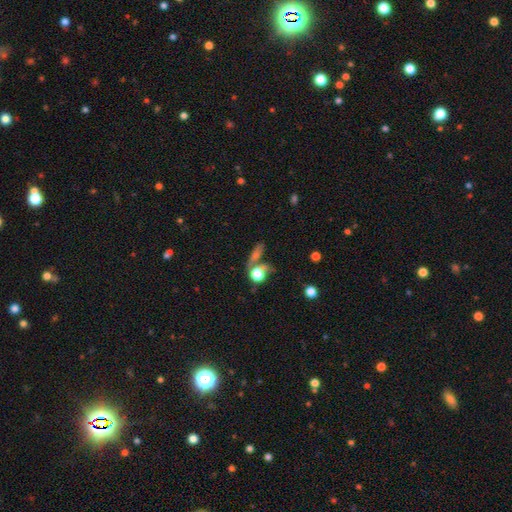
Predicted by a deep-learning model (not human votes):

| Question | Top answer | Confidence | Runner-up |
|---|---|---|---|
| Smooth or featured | smooth | 49% | featured or disk (27%) |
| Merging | none | 42% | merger (30%) |